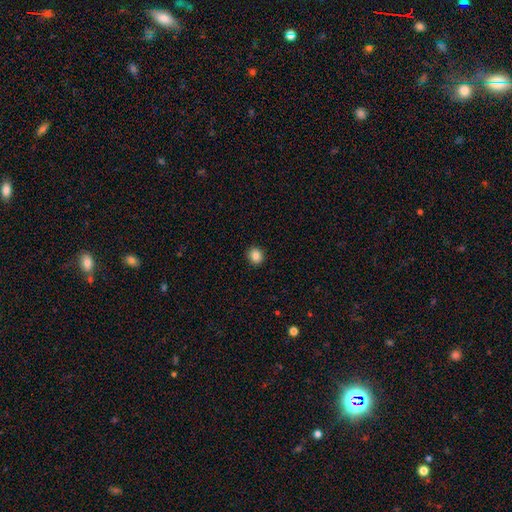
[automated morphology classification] Overall: smooth (85%). How rounded: round (79%). Merging: none (91%).